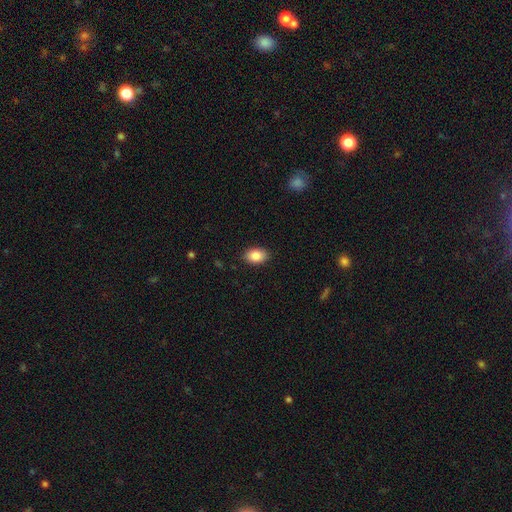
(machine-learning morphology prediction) Q: Smooth or featured?
A: smooth (87%); runner-up: star or artifact (7%)
Q: How rounded?
A: in between (87%); runner-up: round (12%)
Q: Merging?
A: none (89%); runner-up: minor disturbance (8%)